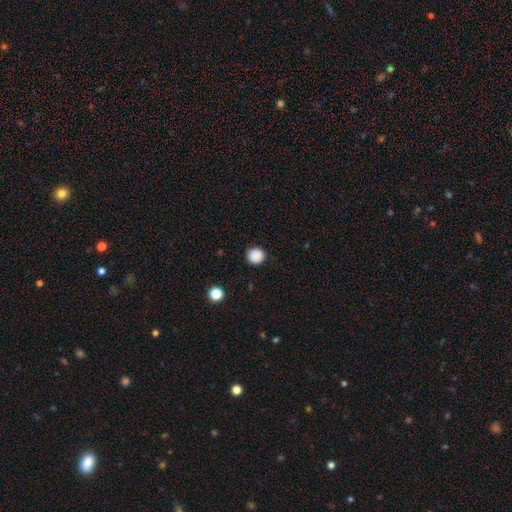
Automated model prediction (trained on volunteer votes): A smooth galaxy with no disk features (88%) that is round (92%).

Vote fractions:
- Smooth or featured? smooth: 88% / star or artifact: 10% / featured or disk: 2%
- How rounded? round: 92% / in between: 7% / cigar-shaped: 1%
- Merging? none: 91% / minor disturbance: 6% / major disturbance: 2% / merger: 1%